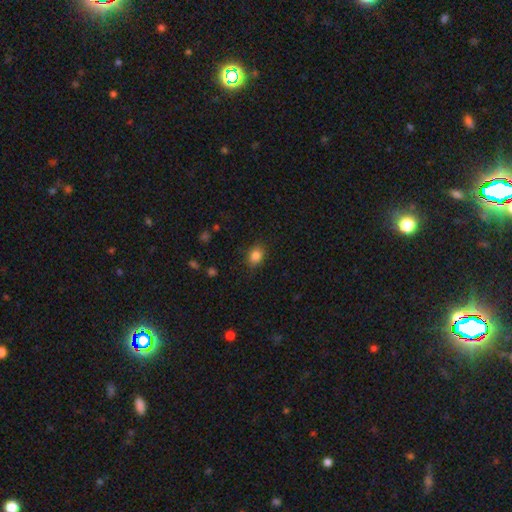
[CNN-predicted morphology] This appears to be a smooth galaxy with no disk features (85%) that is in between round and cigar-shaped (64%). Merging: none (85%).